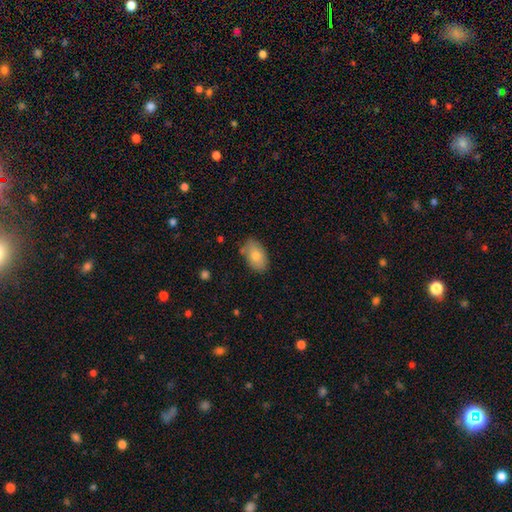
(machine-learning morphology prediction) Smooth or featured? smooth (78%)
How rounded? in between (91%)
Merging? none (78%)